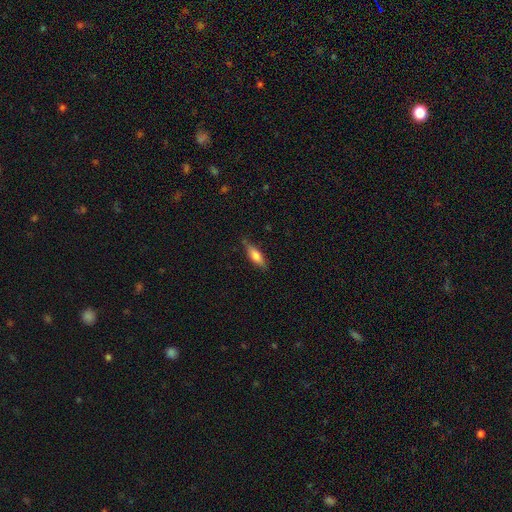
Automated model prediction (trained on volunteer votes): Smooth or featured? smooth (70%)
How rounded? in between (51%)
Merging? none (76%)